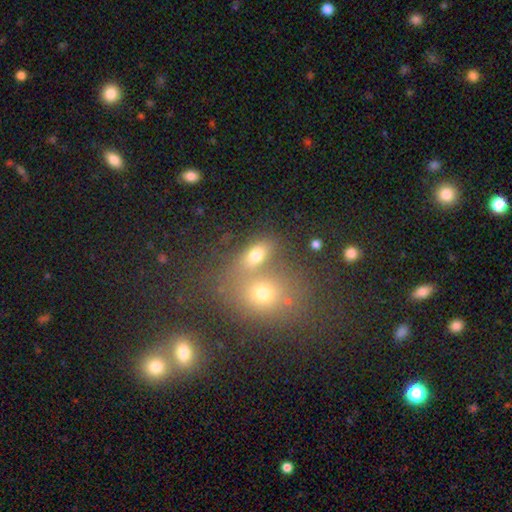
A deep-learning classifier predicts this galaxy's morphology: Smooth or featured? smooth (70%)
How rounded? in between (69%)
Merging? merger (44%)